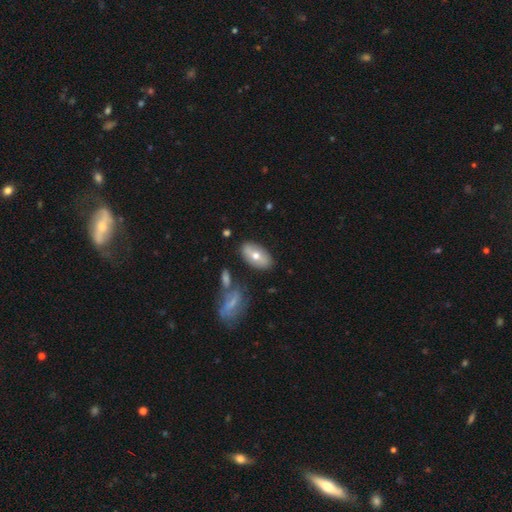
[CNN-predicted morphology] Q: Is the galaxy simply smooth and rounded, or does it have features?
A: smooth — 56%.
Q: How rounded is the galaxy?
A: in between — 91%.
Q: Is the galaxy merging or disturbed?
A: none — 78%.